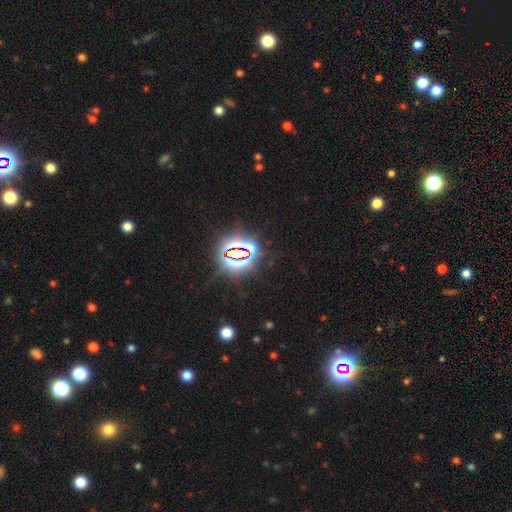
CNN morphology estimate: star or artifact 81%, smooth 12%, featured or disk 7%.